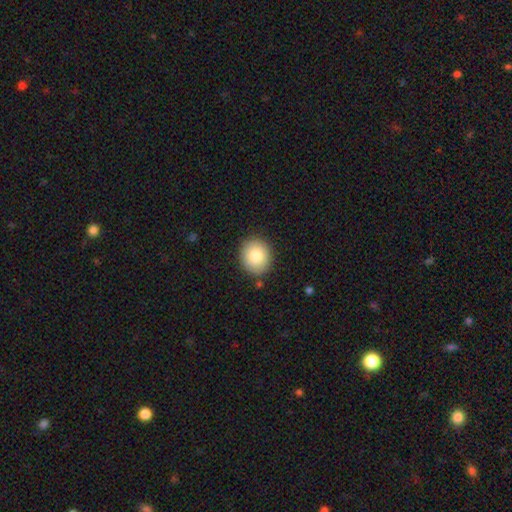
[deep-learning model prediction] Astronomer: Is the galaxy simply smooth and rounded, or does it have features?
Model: smooth — 84%.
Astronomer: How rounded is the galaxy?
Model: round — 76%.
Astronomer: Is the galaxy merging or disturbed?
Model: none — 87%.